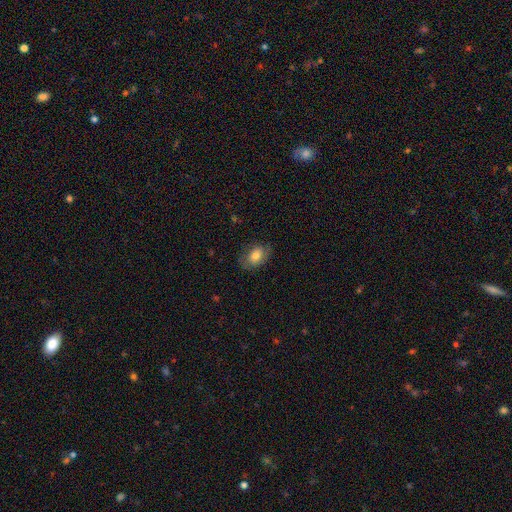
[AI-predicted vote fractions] Smooth or featured? smooth (70%)
How rounded? in between (78%)
Merging? none (73%)